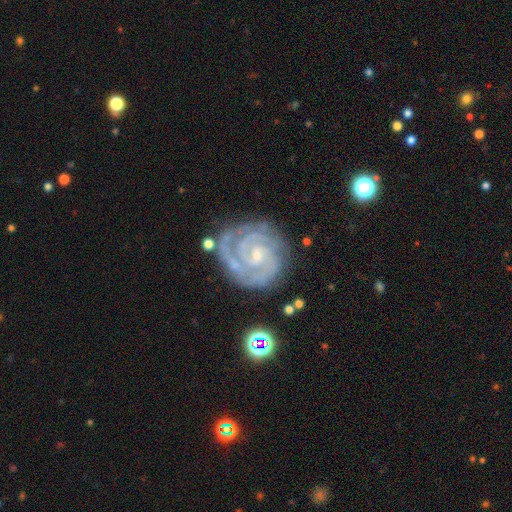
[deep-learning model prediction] A featured or disk galaxy (90%) with no bar (55%), 2 (47%) tight (79%) spiral arms (98%) and a small central bulge (76%).

Vote fractions:
- Smooth or featured? featured or disk: 90% / star or artifact: 5% / smooth: 4%
- Edge-on disk? no: 98% / yes: 2%
- Bar? no: 55% / weak: 34% / strong: 10%
- Spiral arms? yes: 98% / no: 2%
- Spiral winding? tight: 79% / medium: 19% / loose: 2%
- Spiral arm count? 2: 47% / 3: 27% / can't tell: 11% / 4: 6% / 1: 4% / more than 4: 4%
- Bulge size? small: 76% / moderate: 18% / none: 5% / large: 1% / dominant: 1%
- Merging? none: 73% / minor disturbance: 17% / major disturbance: 6% / merger: 3%